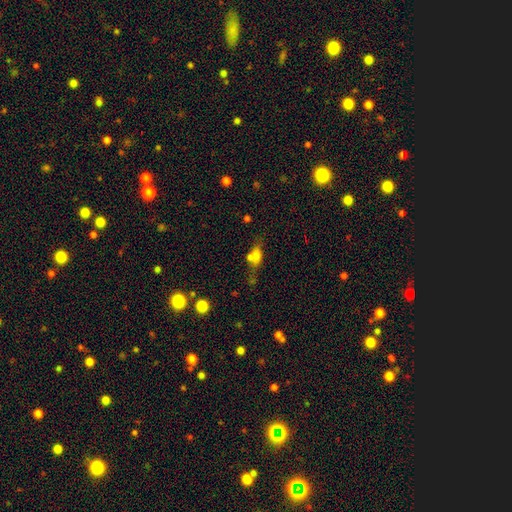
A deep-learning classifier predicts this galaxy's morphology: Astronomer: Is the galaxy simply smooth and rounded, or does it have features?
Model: smooth — 66%.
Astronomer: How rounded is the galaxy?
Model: in between — 73%.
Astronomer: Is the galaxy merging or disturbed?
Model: none — 42% (runner-up: merger, 31%).